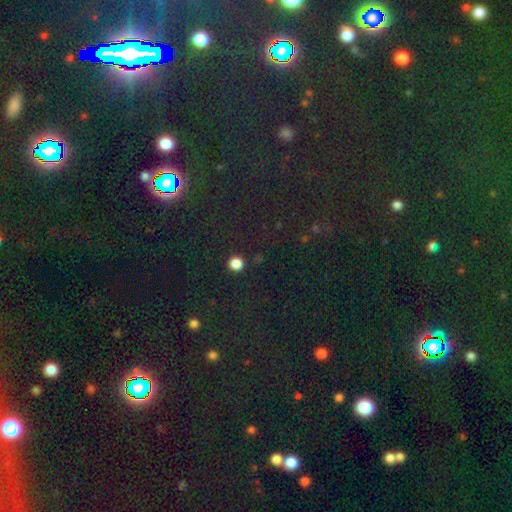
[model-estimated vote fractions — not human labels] Smooth or featured?
  - star or artifact: 77% *
  - smooth: 15%
  - featured or disk: 7%